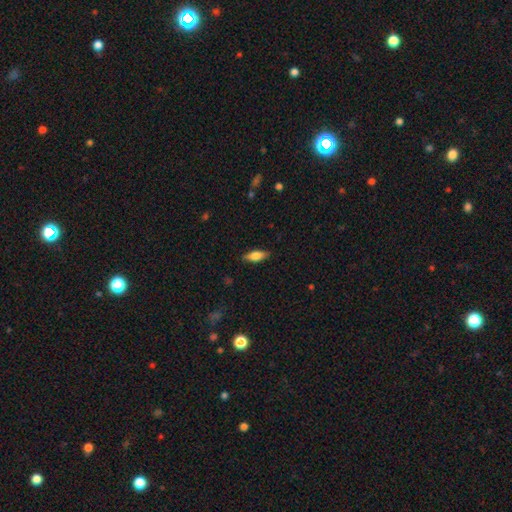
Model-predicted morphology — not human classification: This is likely a smooth galaxy (70%). How rounded: likely in between (73%). Merging: clearly none (86%).